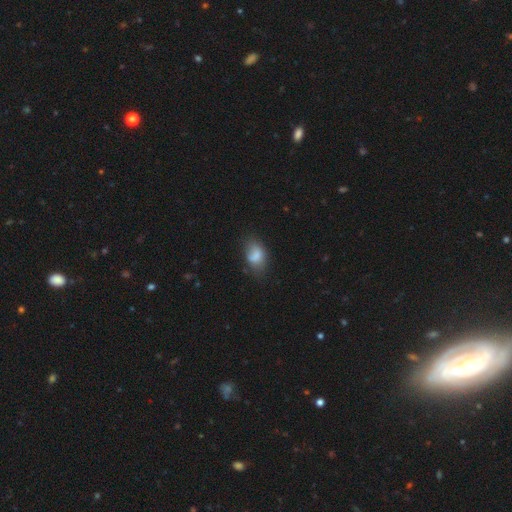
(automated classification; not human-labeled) smooth-or-featured: smooth: 77% | featured or disk: 14% | star or artifact: 9%
  how-rounded: in between: 83% | round: 15% | cigar-shaped: 2%
  merging: none: 54% | minor disturbance: 31% | major disturbance: 11% | merger: 4%